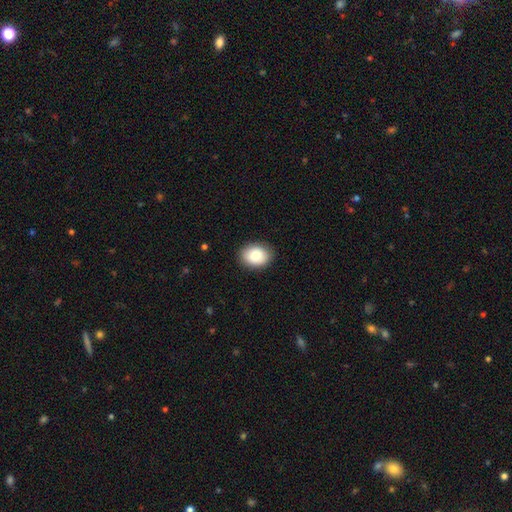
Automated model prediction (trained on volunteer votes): The model was most divided on "how rounded": in between: 67%, round: 33%, cigar-shaped: 1%. More confident: merging — none (88%); smooth or featured — smooth (84%).